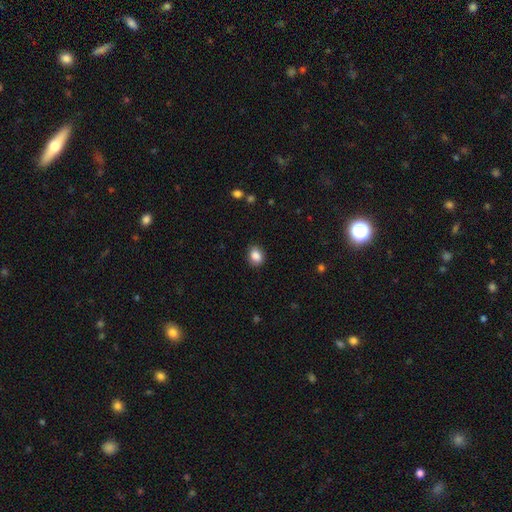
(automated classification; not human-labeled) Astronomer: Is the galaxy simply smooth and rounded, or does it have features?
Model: smooth — 87%.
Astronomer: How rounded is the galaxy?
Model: in between — 52% (runner-up: round, 47%).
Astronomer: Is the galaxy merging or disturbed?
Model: none — 87%.